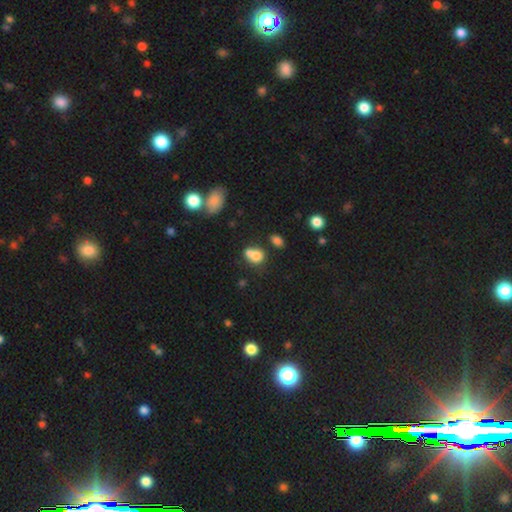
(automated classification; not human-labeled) The model was most divided on "how rounded": round: 58%, in between: 41%, cigar-shaped: 1%. More confident: smooth or featured — smooth (77%); merging — merger (52%).